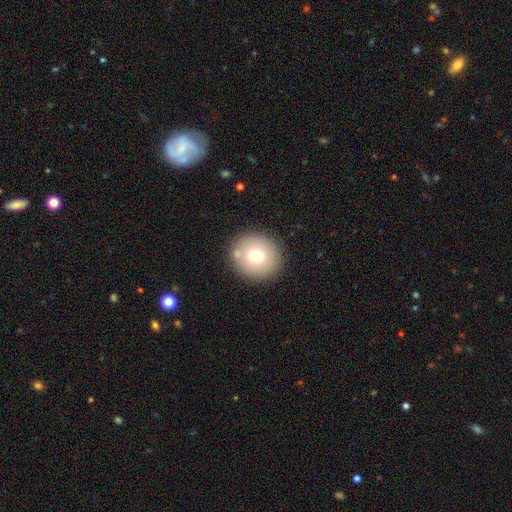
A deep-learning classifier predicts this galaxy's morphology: This appears to be a smooth galaxy with no disk features (72%) that is round (88%). Merging: none (84%).